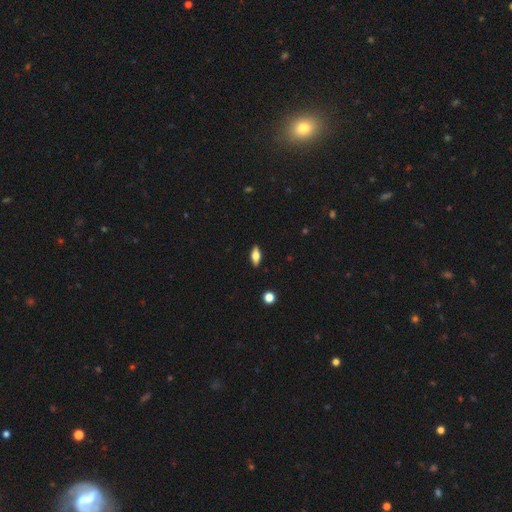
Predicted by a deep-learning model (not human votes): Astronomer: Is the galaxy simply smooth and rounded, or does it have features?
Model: smooth — 57% (runner-up: featured or disk, 35%).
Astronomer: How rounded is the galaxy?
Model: in between — 75%.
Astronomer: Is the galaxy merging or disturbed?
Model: none — 89%.